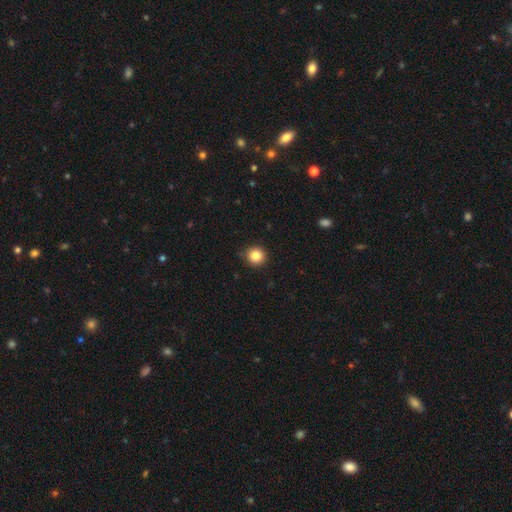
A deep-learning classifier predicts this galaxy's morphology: smooth-or-featured: smooth: 84% | star or artifact: 11% | featured or disk: 5%
  how-rounded: round: 93% | in between: 6% | cigar-shaped: 1%
  merging: none: 89% | minor disturbance: 8% | major disturbance: 2% | merger: 1%